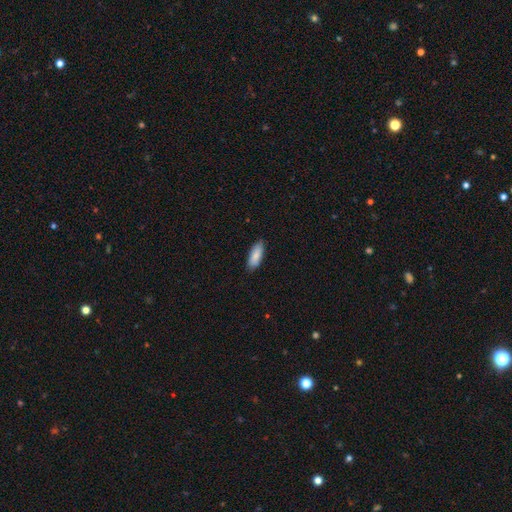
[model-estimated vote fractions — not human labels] smooth-or-featured: smooth: 87% | featured or disk: 7% | star or artifact: 6%
  how-rounded: in between: 72% | cigar-shaped: 26% | round: 2%
  merging: none: 86% | minor disturbance: 11% | major disturbance: 2% | merger: 1%